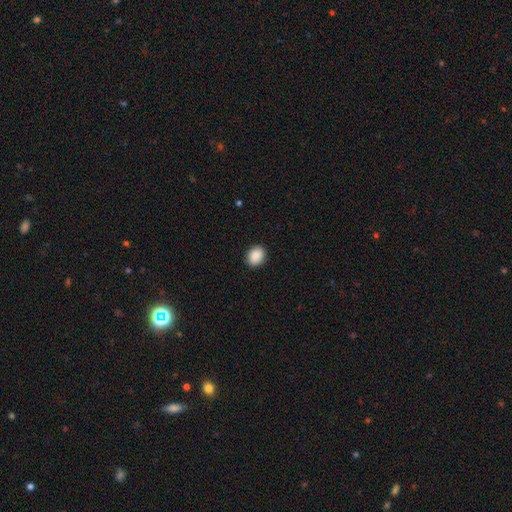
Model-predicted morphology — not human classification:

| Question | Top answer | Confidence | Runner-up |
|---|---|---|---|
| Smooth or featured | smooth | 90% | star or artifact (7%) |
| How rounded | in between | 52% | round (47%) |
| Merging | none | 90% | minor disturbance (7%) |